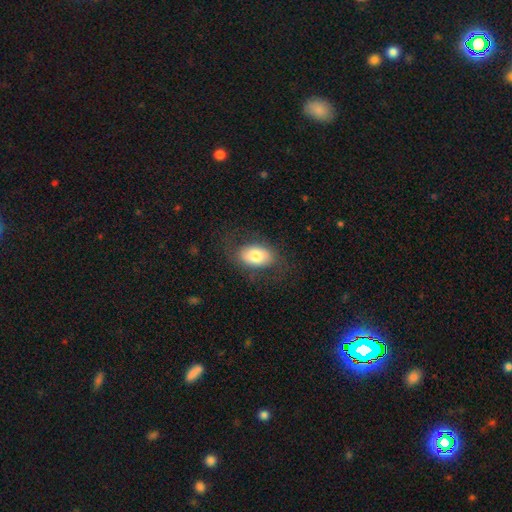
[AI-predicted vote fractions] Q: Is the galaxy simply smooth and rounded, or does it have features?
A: smooth — 73%.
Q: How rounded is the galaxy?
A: in between — 88%.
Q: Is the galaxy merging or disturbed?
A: none — 74%.